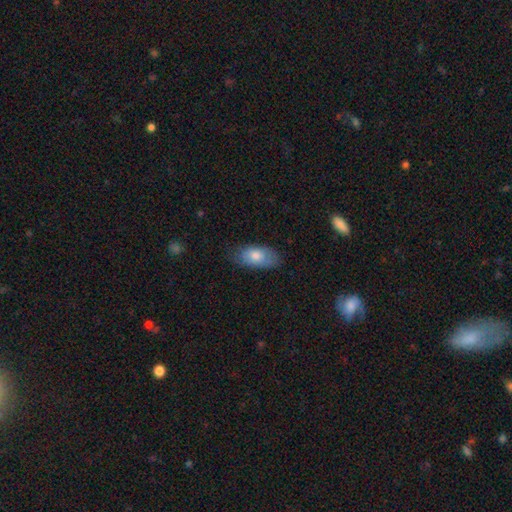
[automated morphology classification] This is likely a smooth galaxy (74%). How rounded: clearly in between (91%). Merging: likely none (73%).